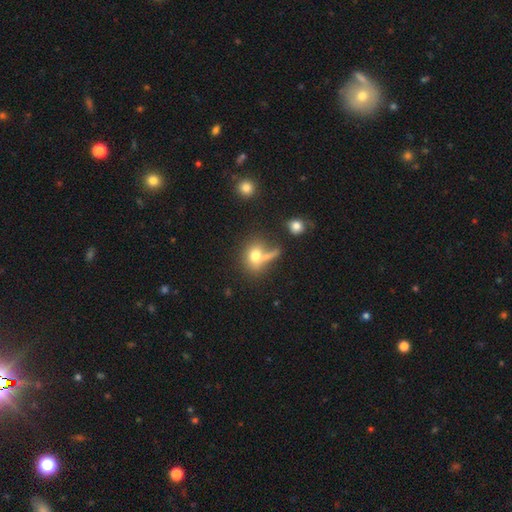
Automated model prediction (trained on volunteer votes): smooth 73%, featured or disk 16%, star or artifact 12%. Down the decision tree: how rounded — round (55%); merging — none (42%).